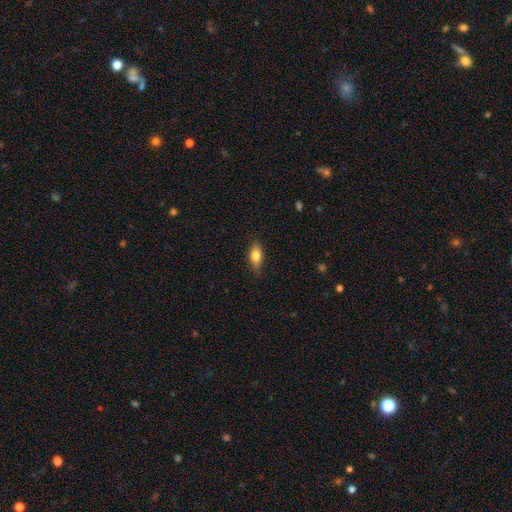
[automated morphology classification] This is likely a smooth galaxy (73%). How rounded: likely in between (76%). Merging: clearly none (82%).